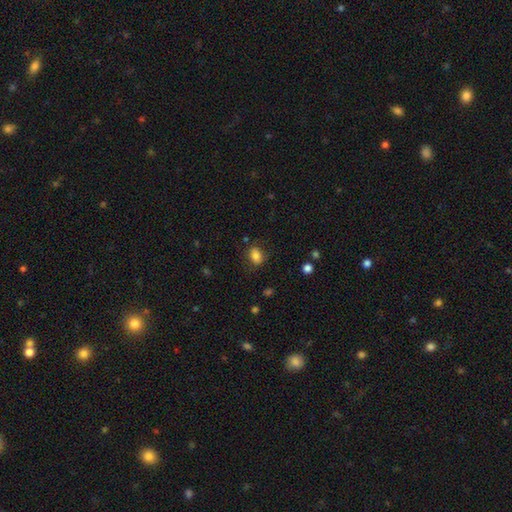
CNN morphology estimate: This appears to be a smooth galaxy with no disk features (82%) that is in between round and cigar-shaped (64%). Merging: none (76%).